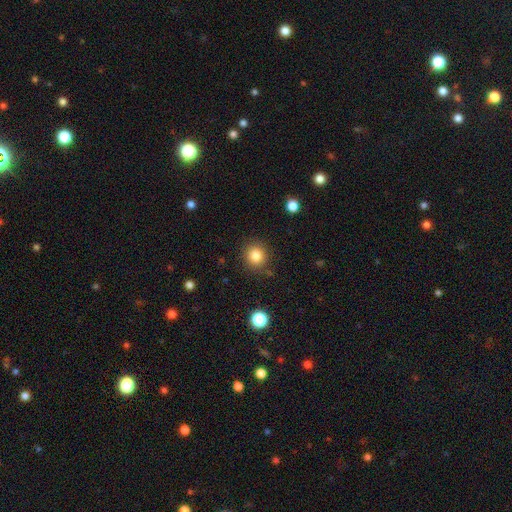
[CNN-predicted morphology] Overall: smooth (83%). How rounded: round (88%). Merging: none (85%).